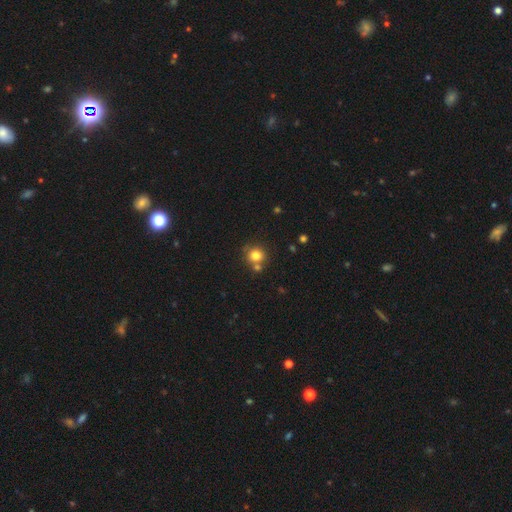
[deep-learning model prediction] Smooth or featured? Predicted: smooth (p=0.80). How rounded? Predicted: round (p=0.88). Merging? Predicted: none (p=0.65).